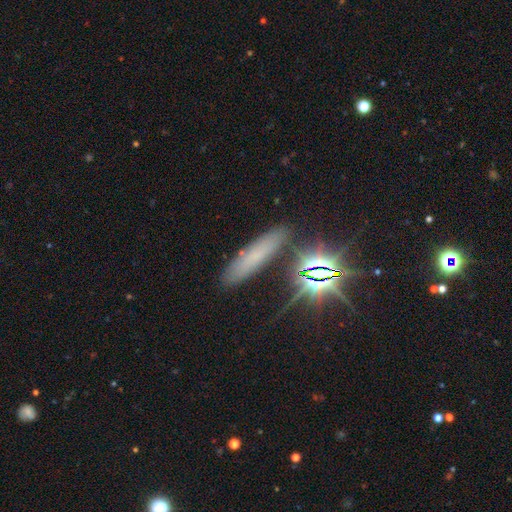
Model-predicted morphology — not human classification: A smooth galaxy with no disk features (44%).

Vote fractions:
- Smooth or featured? smooth: 44% / star or artifact: 36% / featured or disk: 21%
- Merging? none: 83% / minor disturbance: 11% / major disturbance: 3% / merger: 3%